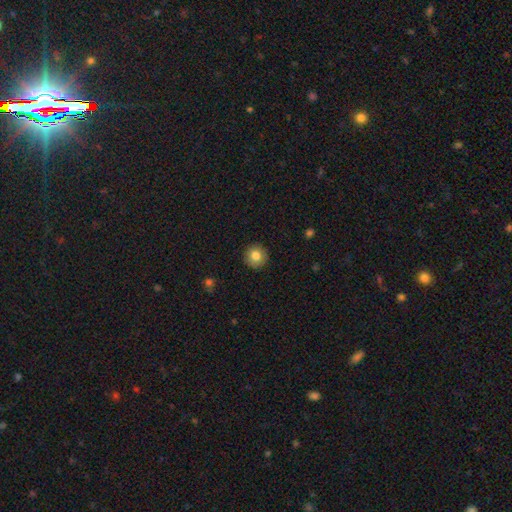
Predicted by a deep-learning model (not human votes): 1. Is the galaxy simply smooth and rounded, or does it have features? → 82% smooth, 9% star or artifact, 9% featured or disk.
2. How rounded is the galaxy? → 94% round, 5% in between, 1% cigar-shaped.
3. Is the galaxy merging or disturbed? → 91% none, 6% minor disturbance, 2% major disturbance, 1% merger.